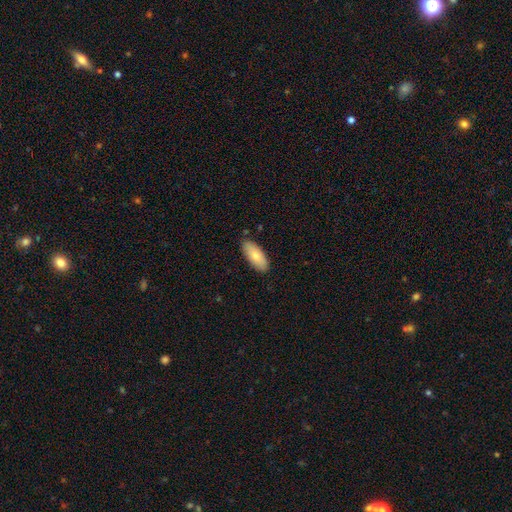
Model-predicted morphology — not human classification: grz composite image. It shows a smooth galaxy with no disk features (79%) that is in between round and cigar-shaped (82%). Merging: none (87%).